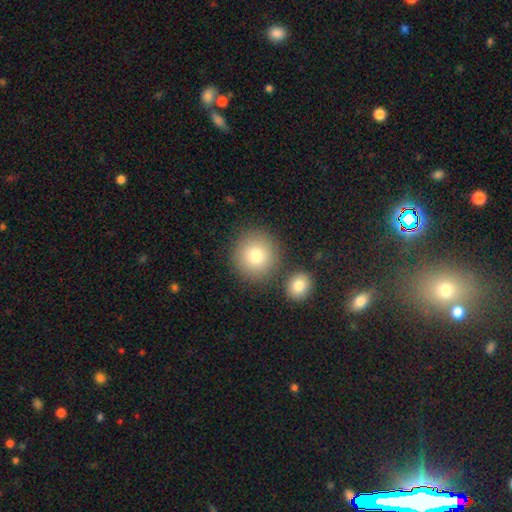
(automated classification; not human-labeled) A smooth galaxy with no disk features (81%) that is round (93%).

Vote fractions:
- Smooth or featured? smooth: 81% / star or artifact: 10% / featured or disk: 9%
- How rounded? round: 93% / in between: 6% / cigar-shaped: 1%
- Merging? none: 79% / merger: 11% / minor disturbance: 8% / major disturbance: 3%